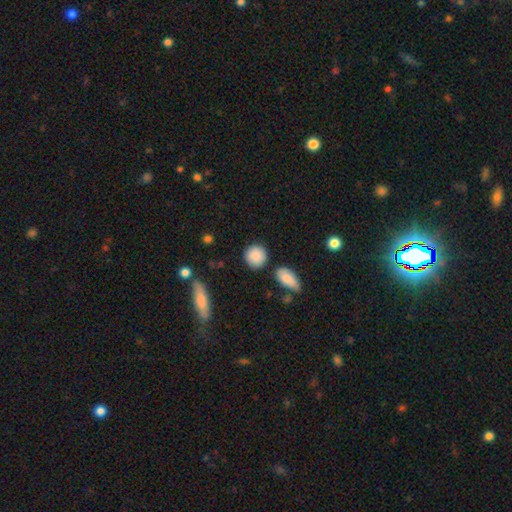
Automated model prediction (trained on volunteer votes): Smooth or featured? smooth (88%)
How rounded? round (87%)
Merging? none (83%)